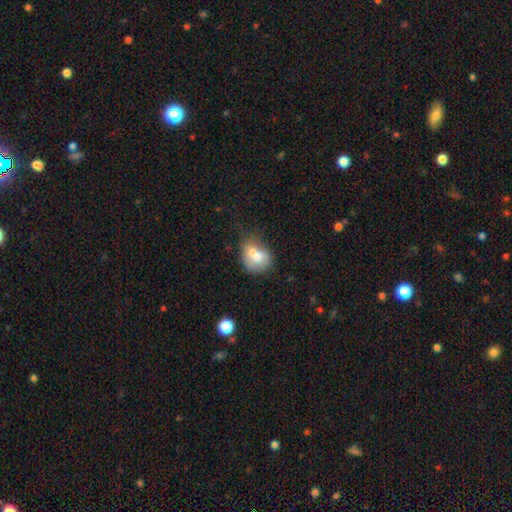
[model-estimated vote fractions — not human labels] Overall: smooth (65%; featured or disk 27%). How rounded: round (60%; in between 39%). Merging: merger (56%; none 24%).